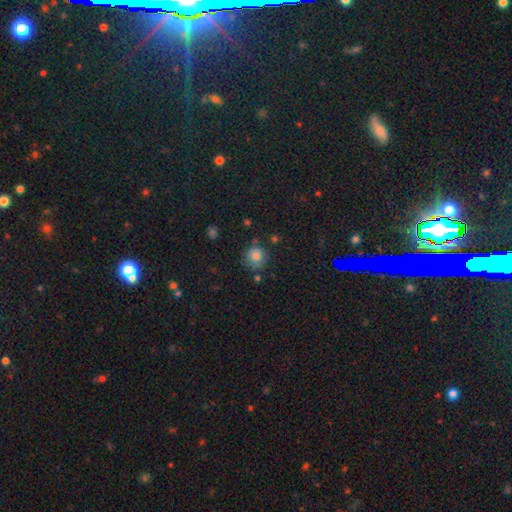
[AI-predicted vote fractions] Smooth or featured? smooth (81%)
How rounded? round (89%)
Merging? none (69%)